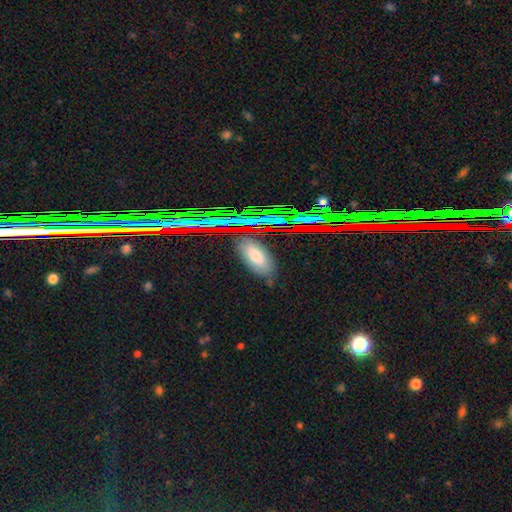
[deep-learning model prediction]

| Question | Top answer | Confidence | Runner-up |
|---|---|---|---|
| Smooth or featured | smooth | 66% | featured or disk (17%) |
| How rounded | in between | 86% | cigar-shaped (10%) |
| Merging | none | 80% | minor disturbance (14%) |